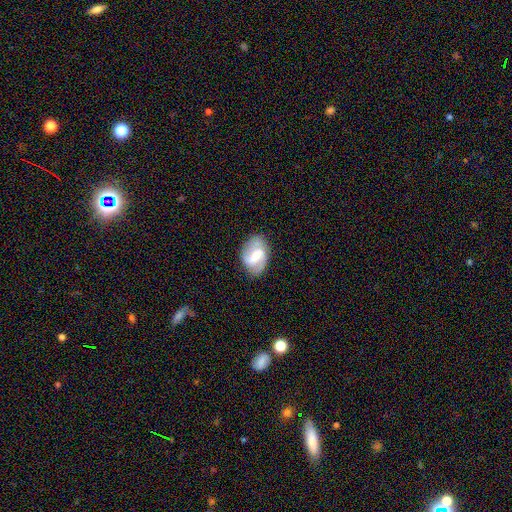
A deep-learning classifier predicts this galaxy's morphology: A featured or disk galaxy (77%) with a weak bar (53%), 2 (80%) medium (46%) spiral arms (93%) and a moderate central bulge (52%).

Vote fractions:
- Smooth or featured? featured or disk: 77% / smooth: 17% / star or artifact: 6%
- Edge-on disk? no: 97% / yes: 3%
- Bar? weak: 53% / strong: 28% / no: 19%
- Spiral arms? yes: 93% / no: 7%
- Spiral winding? medium: 46% / loose: 35% / tight: 19%
- Spiral arm count? 2: 80% / can't tell: 7% / 3: 7% / 1: 3% / 4: 2% / more than 4: 1%
- Bulge size? moderate: 52% / small: 38% / large: 5% / none: 3% / dominant: 1%
- Merging? none: 78% / minor disturbance: 16% / major disturbance: 5% / merger: 1%